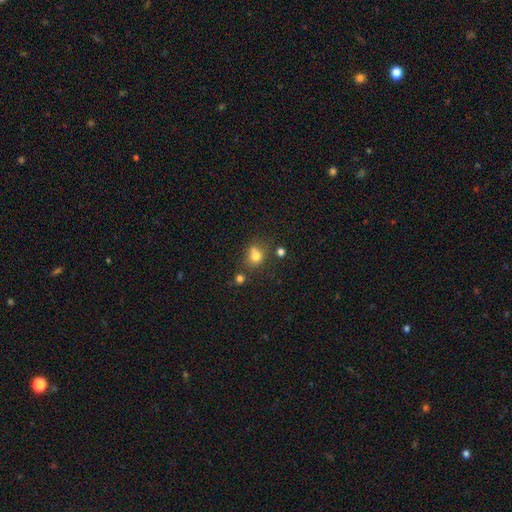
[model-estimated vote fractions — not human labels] smooth_or_featured: smooth (p=0.74) [alt: star or artifact p=0.15]
how_rounded: round (p=0.72) [alt: in between p=0.27]
merging: none (p=0.54) [alt: merger p=0.26]